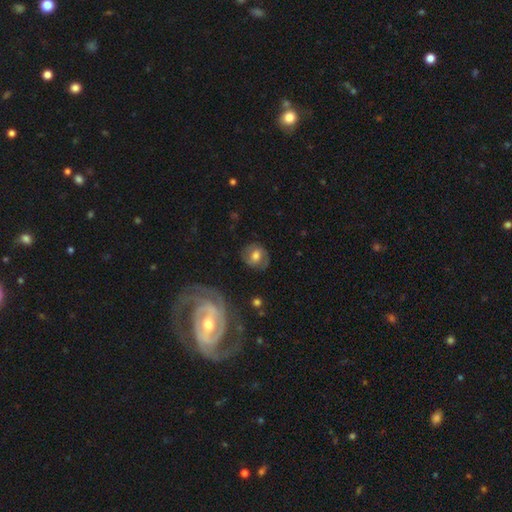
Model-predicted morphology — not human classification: A featured or disk galaxy (46%). Merging: none (77%).